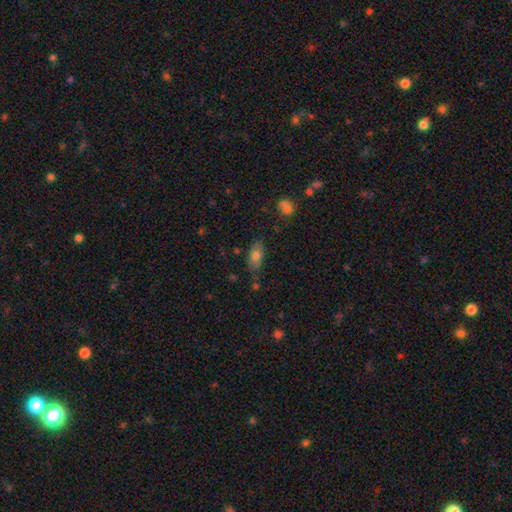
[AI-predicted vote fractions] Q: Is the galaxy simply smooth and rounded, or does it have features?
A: smooth — 75%.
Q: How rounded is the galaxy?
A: in between — 87%.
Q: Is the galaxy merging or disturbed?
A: none — 68%.